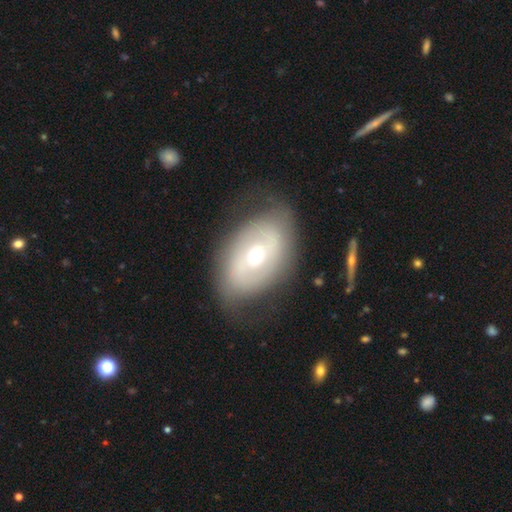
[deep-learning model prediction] Overall: featured or disk (60%; smooth 32%). Edge-on disk: no (93%). Bar: no (54%; weak 30%). Spiral arms: no (51%; yes 49%). Bulge size: moderate (57%; small 37%). Merging: none (71%).